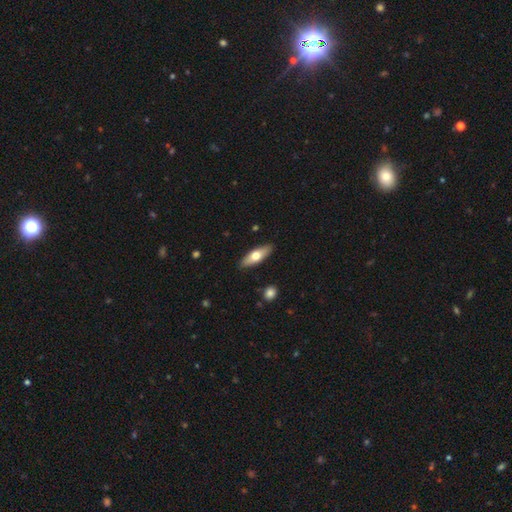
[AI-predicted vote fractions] Smooth or featured: smooth — 60% (featured or disk — 35%)
How rounded: in between — 58% (cigar-shaped — 39%)
Merging: none — 88% (minor disturbance — 9%)